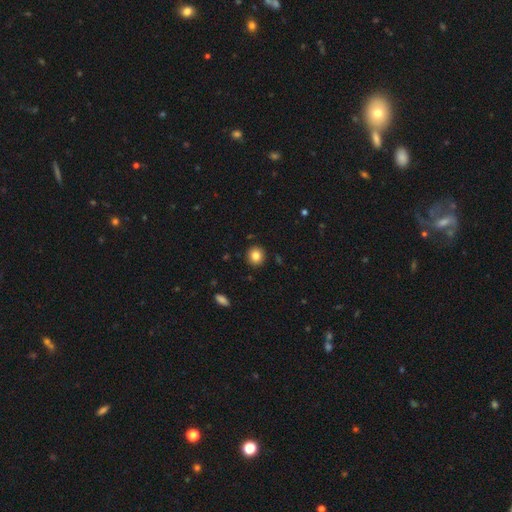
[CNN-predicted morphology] smooth_or_featured: smooth (p=0.84) [alt: star or artifact p=0.10]
how_rounded: round (p=0.90) [alt: in between p=0.09]
merging: none (p=0.91) [alt: minor disturbance p=0.06]